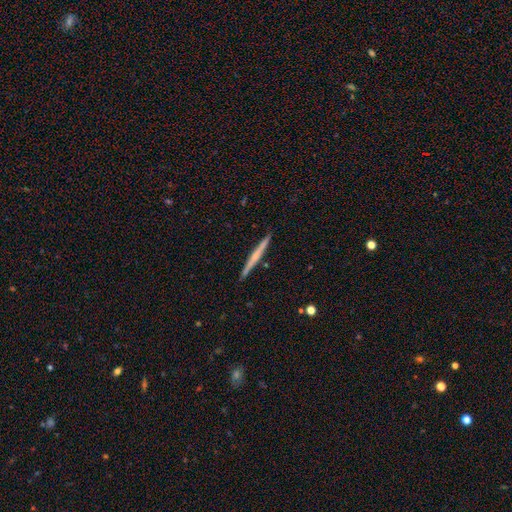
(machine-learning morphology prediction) Overall: featured or disk (56%; smooth 38%). Edge-on disk: yes (98%). Edge-on bulge: none (63%; rounded 29%). Merging: none (91%).